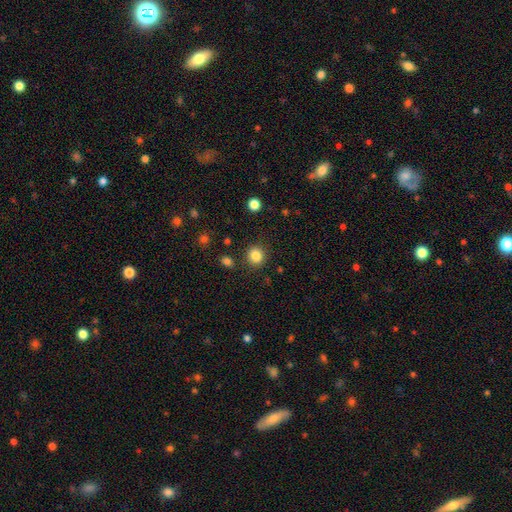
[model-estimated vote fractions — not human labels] This is clearly a smooth galaxy (85%). How rounded: clearly round (87%). Merging: clearly none (88%).